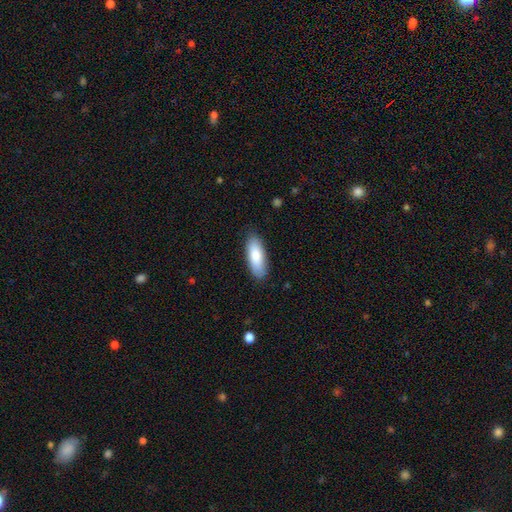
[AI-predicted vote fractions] A smooth galaxy with no disk features (83%) that is in between round and cigar-shaped (70%).

Vote fractions:
- Smooth or featured? smooth: 83% / featured or disk: 11% / star or artifact: 5%
- How rounded? in between: 70% / cigar-shaped: 28% / round: 2%
- Merging? none: 86% / minor disturbance: 11% / major disturbance: 2% / merger: 1%